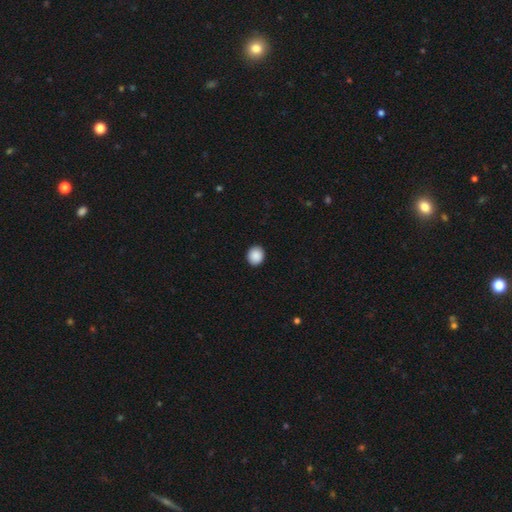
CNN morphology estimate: type=smooth (89%); roundness=round (78%); merging=none (92%).